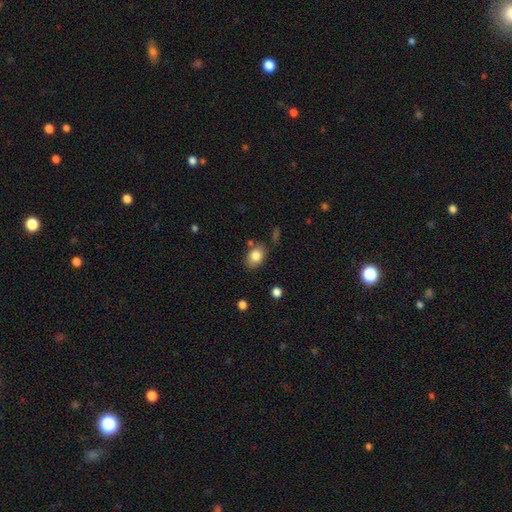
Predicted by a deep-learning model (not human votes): smooth_or_featured: smooth (p=0.83) [alt: star or artifact p=0.09]
how_rounded: in between (p=0.74) [alt: round p=0.25]
merging: none (p=0.75) [alt: minor disturbance p=0.15]